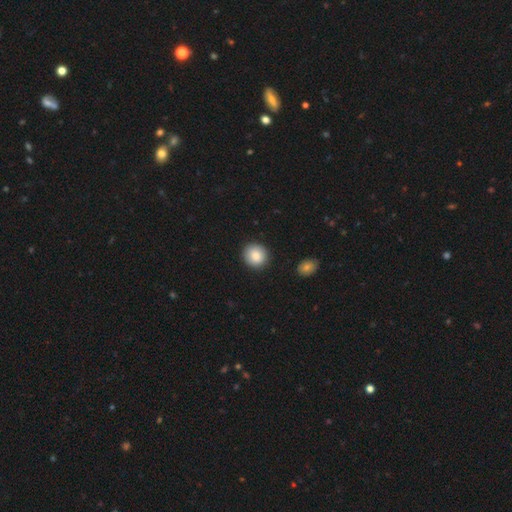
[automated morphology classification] Smooth or featured?
  - smooth: 87% *
  - star or artifact: 8%
  - featured or disk: 6%
How rounded?
  - round: 87% *
  - in between: 12%
  - cigar-shaped: 1%
Merging?
  - none: 90% *
  - minor disturbance: 6%
  - major disturbance: 2%
  - merger: 2%